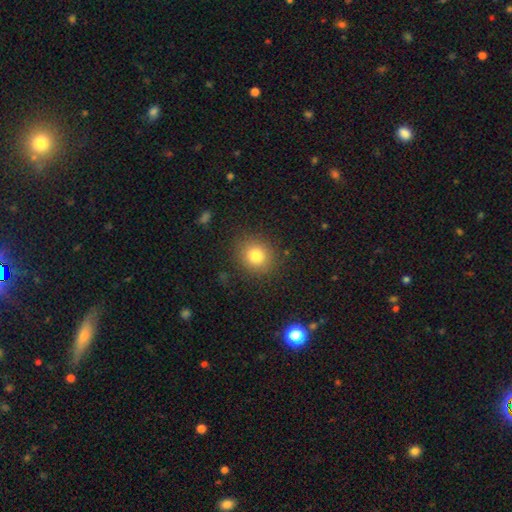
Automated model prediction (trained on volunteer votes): Morphology: type=smooth (79%); roundness=round (81%); merging=none (86%).